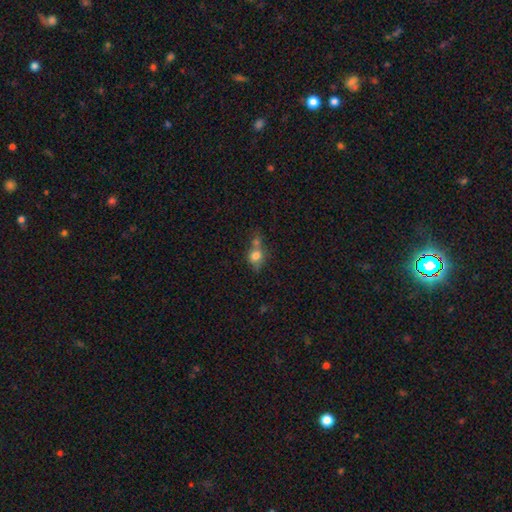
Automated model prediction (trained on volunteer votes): Overall: smooth (71%). How rounded: round (52%; in between 45%). Merging: merger (44%; none 33%).